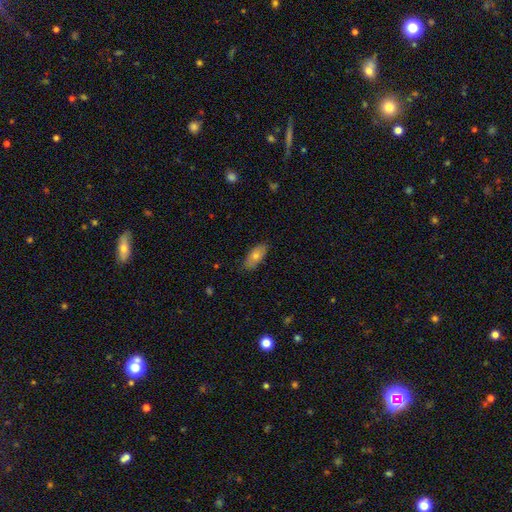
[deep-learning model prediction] A smooth galaxy with no disk features (69%) that is in between round and cigar-shaped (86%).

Vote fractions:
- Smooth or featured? smooth: 69% / featured or disk: 23% / star or artifact: 7%
- How rounded? in between: 86% / cigar-shaped: 11% / round: 3%
- Merging? none: 84% / minor disturbance: 13% / major disturbance: 2% / merger: 1%